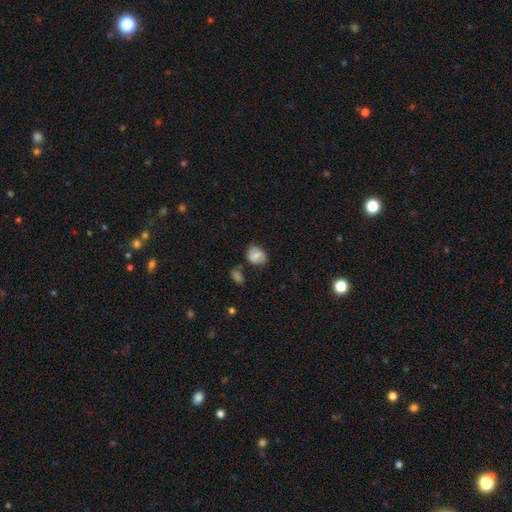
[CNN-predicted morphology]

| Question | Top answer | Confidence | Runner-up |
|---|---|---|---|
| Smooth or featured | smooth | 62% | featured or disk (29%) |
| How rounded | round | 52% | in between (47%) |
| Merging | none | 63% | minor disturbance (24%) |